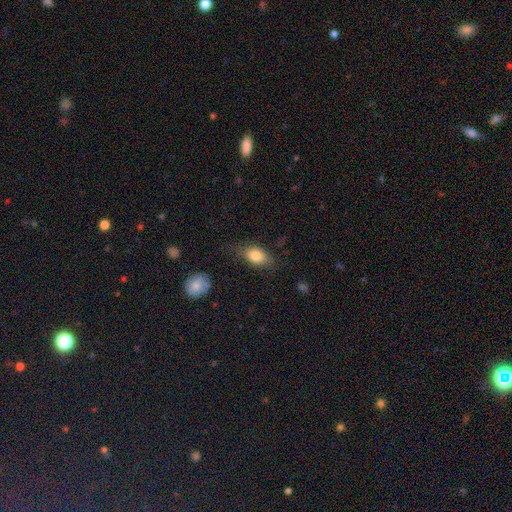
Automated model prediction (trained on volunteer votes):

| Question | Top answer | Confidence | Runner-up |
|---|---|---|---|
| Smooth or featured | smooth | 79% | featured or disk (13%) |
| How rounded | in between | 81% | round (14%) |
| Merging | none | 62% | minor disturbance (26%) |